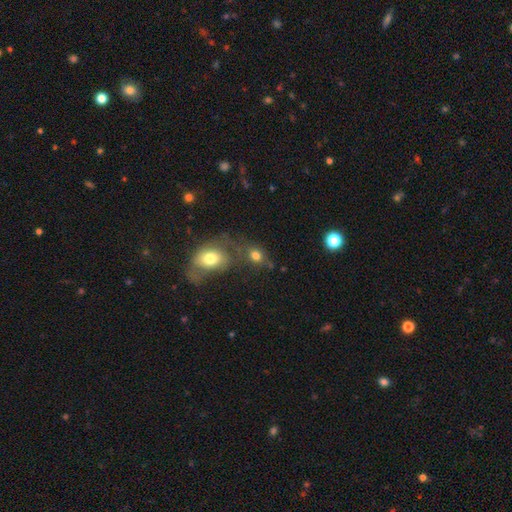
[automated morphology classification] A smooth galaxy with no disk features (76%) that is in between round and cigar-shaped (50%).

Vote fractions:
- Smooth or featured? smooth: 76% / featured or disk: 12% / star or artifact: 12%
- How rounded? in between: 50% / round: 48% / cigar-shaped: 2%
- Merging? none: 43% / merger: 32% / minor disturbance: 15% / major disturbance: 10%